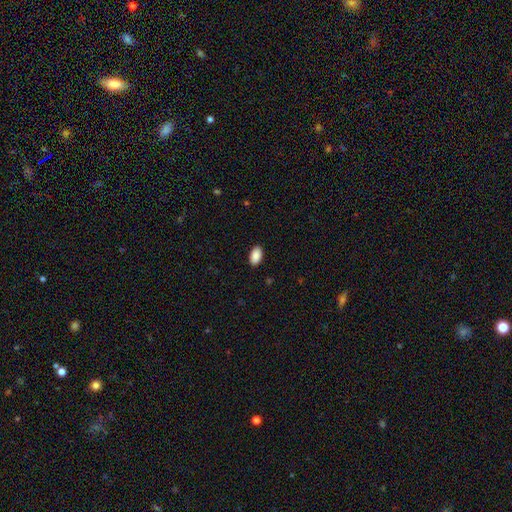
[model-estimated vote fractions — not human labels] Morphology: type=smooth (90%); roundness=in between (94%); merging=none (89%).